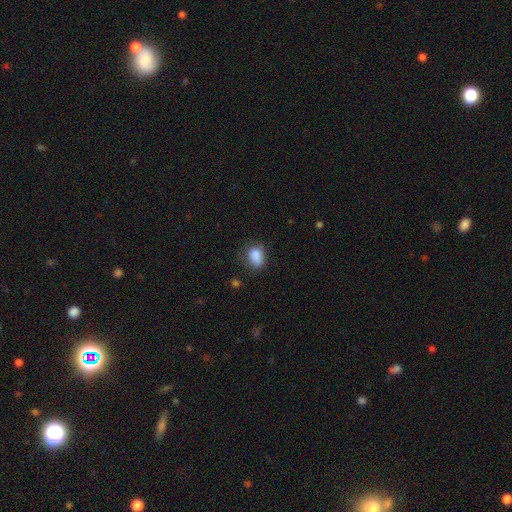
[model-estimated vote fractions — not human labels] Smooth or featured? Predicted: smooth (p=0.86). How rounded? Predicted: in between (p=0.76). Merging? Predicted: none (p=0.62).